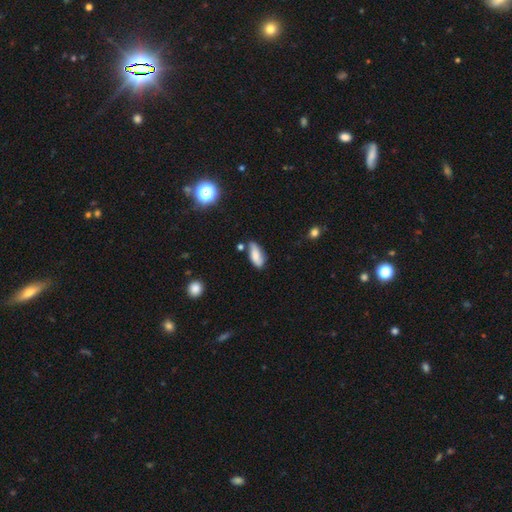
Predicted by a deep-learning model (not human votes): smooth 69%, featured or disk 23%, star or artifact 8%. Down the decision tree: how rounded — in between (81%); merging — none (63%).